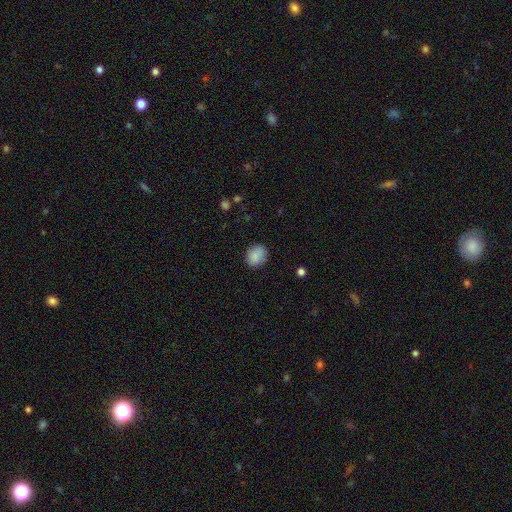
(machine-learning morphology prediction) Smooth or featured? smooth (87%)
How rounded? round (65%)
Merging? none (83%)